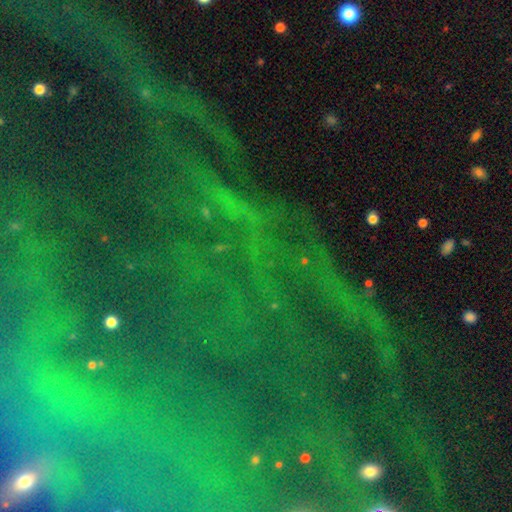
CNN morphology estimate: smooth_or_featured: star or artifact (p=0.84) [alt: featured or disk p=0.09]